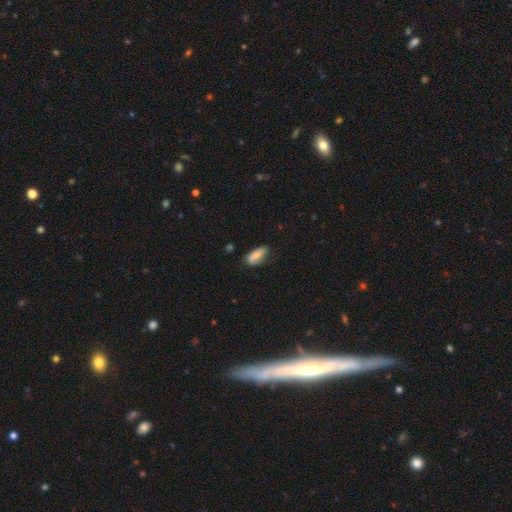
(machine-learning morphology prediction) Smooth or featured?
  - smooth: 79% *
  - featured or disk: 14%
  - star or artifact: 7%
How rounded?
  - in between: 82% *
  - cigar-shaped: 15%
  - round: 3%
Merging?
  - none: 64% *
  - minor disturbance: 28%
  - major disturbance: 5%
  - merger: 3%